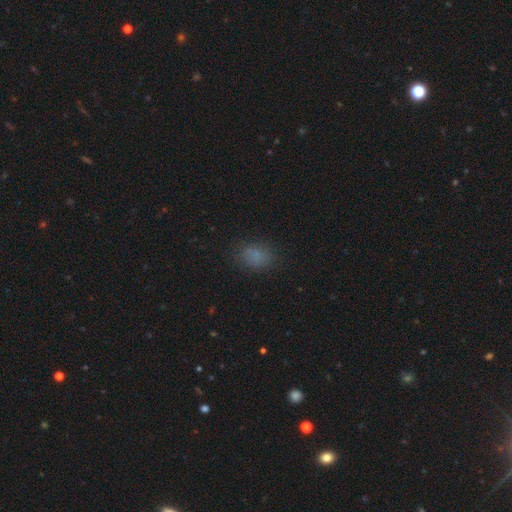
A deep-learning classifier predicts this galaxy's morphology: smooth 77%, star or artifact 16%, featured or disk 7%. Down the decision tree: how rounded — in between (62%); merging — none (79%).